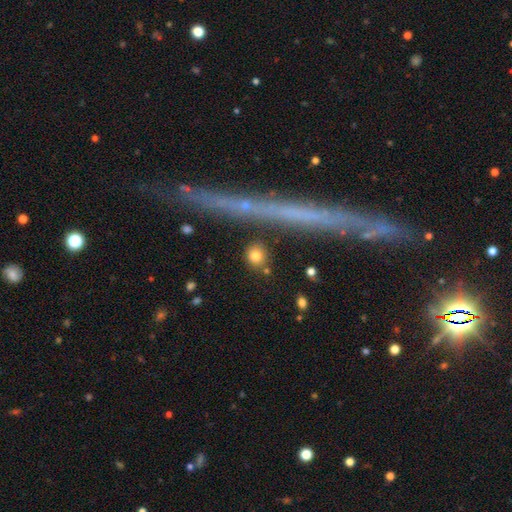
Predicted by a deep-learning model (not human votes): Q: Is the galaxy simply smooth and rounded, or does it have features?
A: smooth — 81%.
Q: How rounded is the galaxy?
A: round — 84%.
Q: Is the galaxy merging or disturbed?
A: none — 85%.